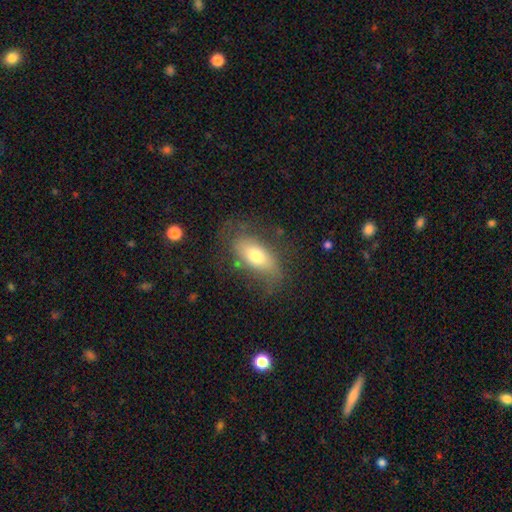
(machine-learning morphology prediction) This appears to be a smooth galaxy with no disk features (61%) that is in between round and cigar-shaped (83%). Merging: none (61%).